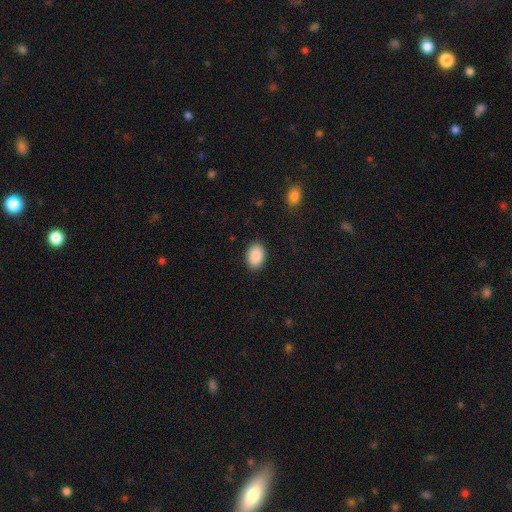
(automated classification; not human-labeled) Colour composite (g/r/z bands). It shows a smooth galaxy with no disk features (90%) that is in between round and cigar-shaped (85%). Merging: none (89%).